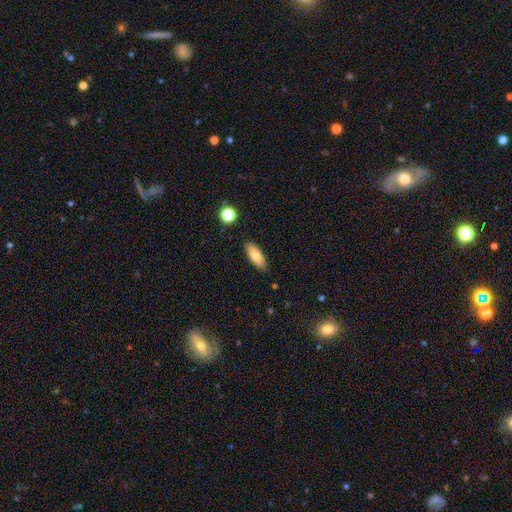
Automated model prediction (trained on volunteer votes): Smooth or featured? smooth (81%)
How rounded? in between (68%)
Merging? none (87%)